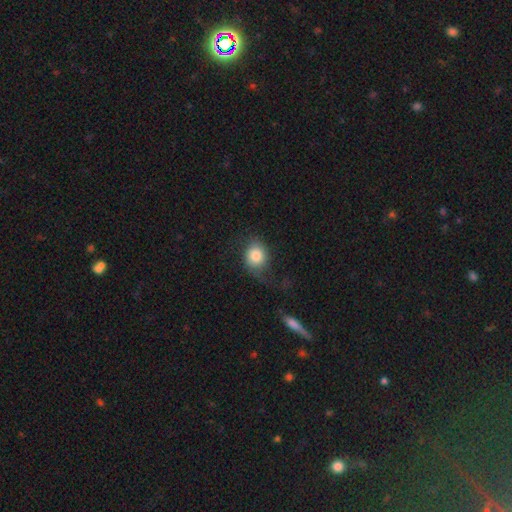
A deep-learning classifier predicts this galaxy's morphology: Smooth or featured: smooth — 77% (featured or disk — 15%)
How rounded: round — 65% (in between — 34%)
Merging: none — 44% (major disturbance — 30%)